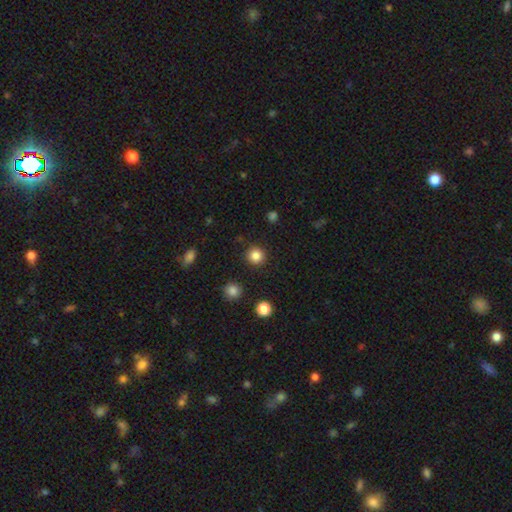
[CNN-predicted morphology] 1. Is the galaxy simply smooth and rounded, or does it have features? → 84% smooth, 12% star or artifact, 4% featured or disk.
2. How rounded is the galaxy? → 94% round, 5% in between, 1% cigar-shaped.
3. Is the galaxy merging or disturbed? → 91% none, 5% minor disturbance, 2% major disturbance, 1% merger.